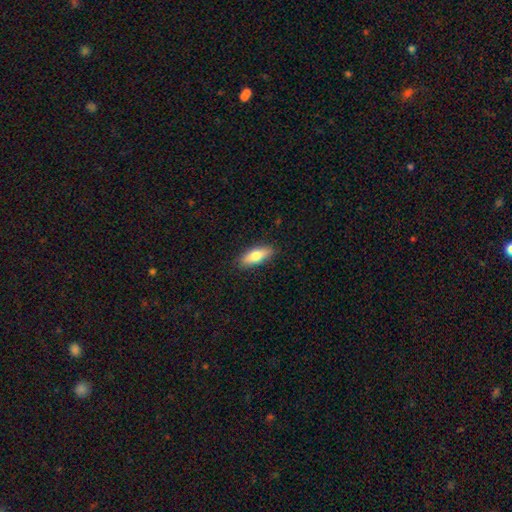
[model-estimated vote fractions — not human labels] Overall: smooth (73%). How rounded: in between (69%). Merging: none (88%).